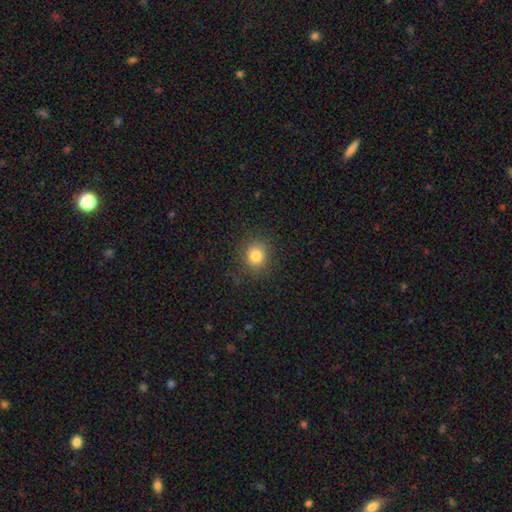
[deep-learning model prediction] Overall: smooth (81%). How rounded: round (85%). Merging: none (85%).